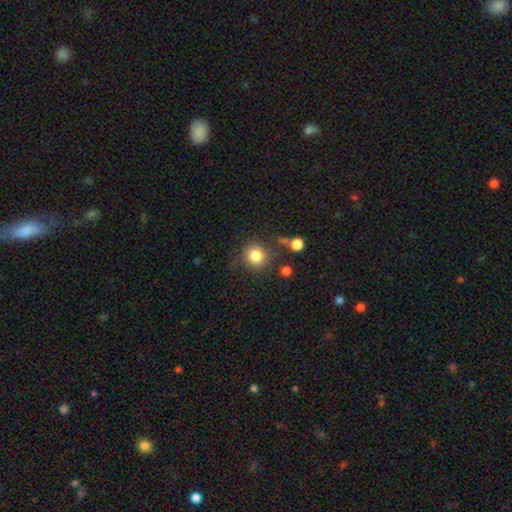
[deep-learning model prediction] A smooth galaxy with no disk features (83%) that is round (91%). Merging: none (77%).